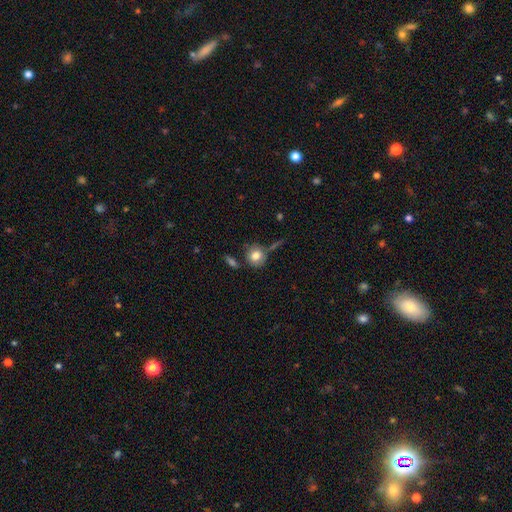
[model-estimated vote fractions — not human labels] Q: Smooth or featured?
A: smooth (78%); runner-up: featured or disk (13%)
Q: How rounded?
A: round (81%); runner-up: in between (17%)
Q: Merging?
A: none (64%); runner-up: minor disturbance (17%)